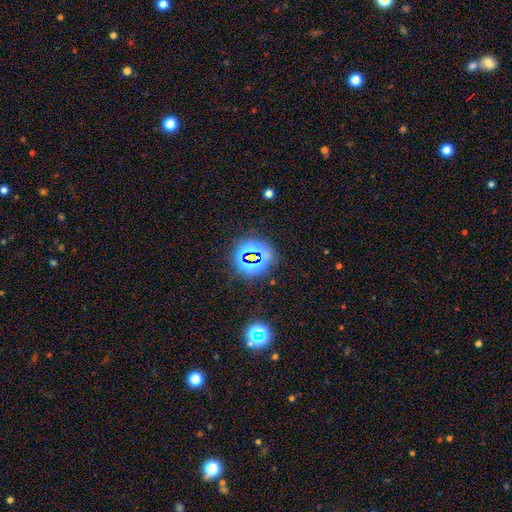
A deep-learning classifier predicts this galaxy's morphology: Smooth or featured: star or artifact — 73% (smooth — 18%)